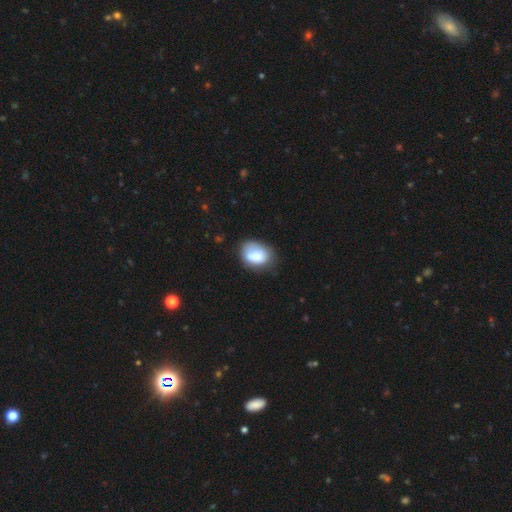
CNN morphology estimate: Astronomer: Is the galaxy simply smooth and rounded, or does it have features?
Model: smooth — 78%.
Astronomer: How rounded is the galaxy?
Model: in between — 76%.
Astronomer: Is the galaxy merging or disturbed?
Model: none — 56%.